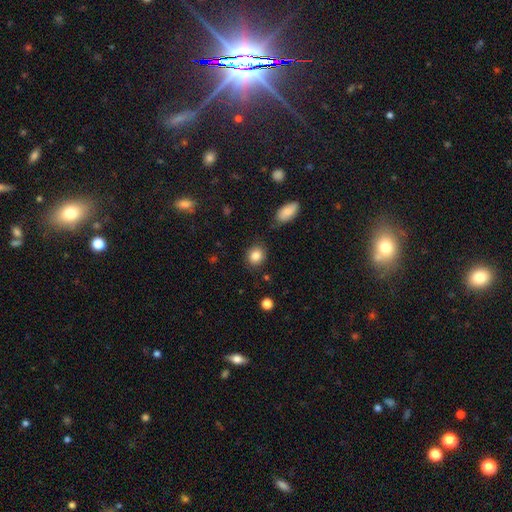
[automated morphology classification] Q: Smooth or featured?
A: smooth (85%); runner-up: star or artifact (9%)
Q: How rounded?
A: round (73%); runner-up: in between (26%)
Q: Merging?
A: none (85%); runner-up: minor disturbance (10%)